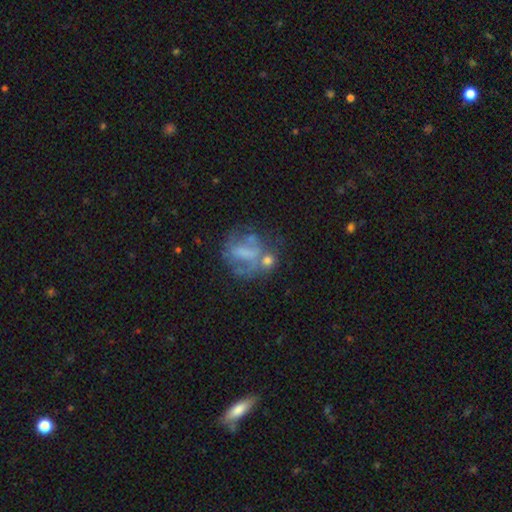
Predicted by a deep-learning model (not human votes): A featured or disk galaxy (55%) with no bar (54%), no spiral arms (68%) and no central bulge (55%).

Vote fractions:
- Smooth or featured? featured or disk: 55% / smooth: 29% / star or artifact: 16%
- Edge-on disk? no: 96% / yes: 4%
- Bar? no: 54% / weak: 29% / strong: 17%
- Spiral arms? no: 68% / yes: 32%
- Bulge size? none: 55% / small: 20% / moderate: 18% / large: 5% / dominant: 2%
- Merging? none: 45% / major disturbance: 21% / minor disturbance: 19% / merger: 16%